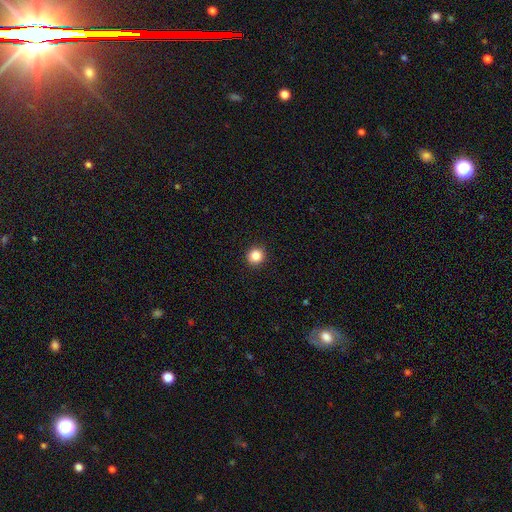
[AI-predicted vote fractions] smooth 85%, star or artifact 10%, featured or disk 4%. Down the decision tree: how rounded — round (93%); merging — none (93%).